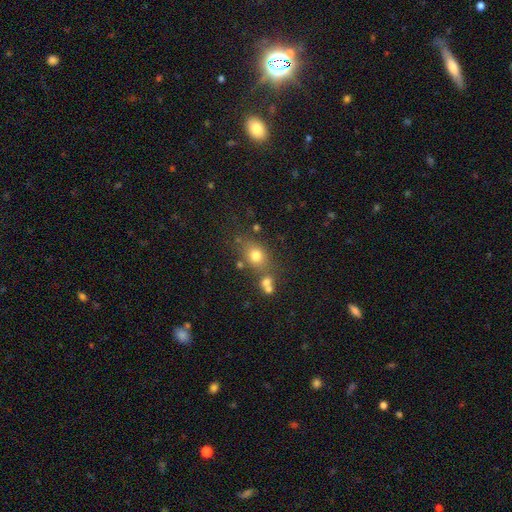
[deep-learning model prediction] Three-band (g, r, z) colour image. It shows a smooth galaxy with no disk features (73%) that is round (53%). Merging: none (62%).